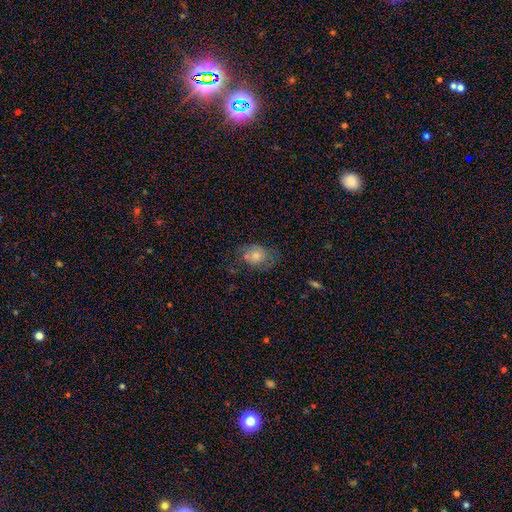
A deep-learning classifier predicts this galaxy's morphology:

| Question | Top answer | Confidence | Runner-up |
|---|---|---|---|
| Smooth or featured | smooth | 73% | featured or disk (17%) |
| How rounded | in between | 56% | round (42%) |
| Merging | none | 51% | minor disturbance (26%) |